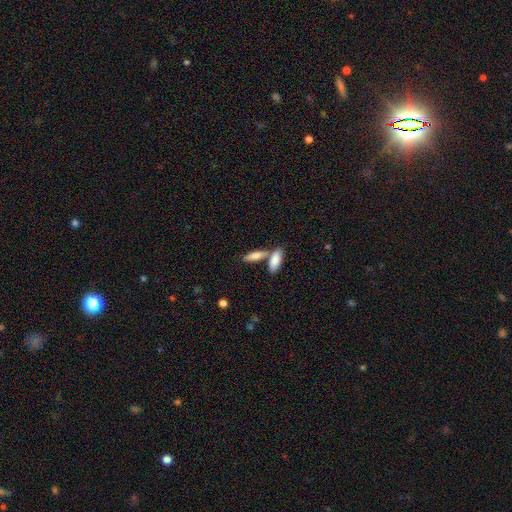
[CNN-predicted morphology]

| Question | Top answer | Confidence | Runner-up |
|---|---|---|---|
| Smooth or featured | smooth | 79% | featured or disk (15%) |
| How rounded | in between | 53% | cigar-shaped (44%) |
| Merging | none | 52% | merger (36%) |